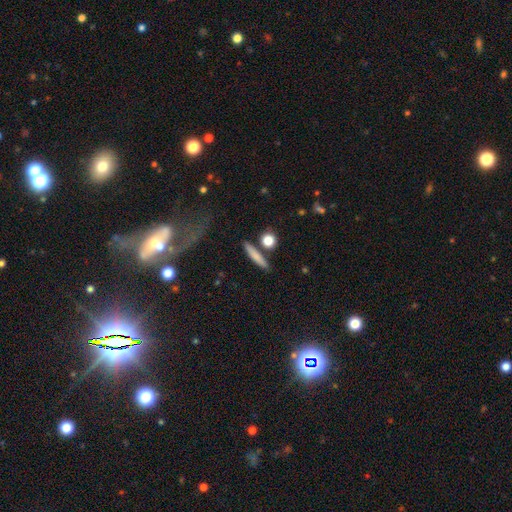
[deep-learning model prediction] Overall: smooth (77%). How rounded: cigar-shaped (79%). Merging: none (80%).